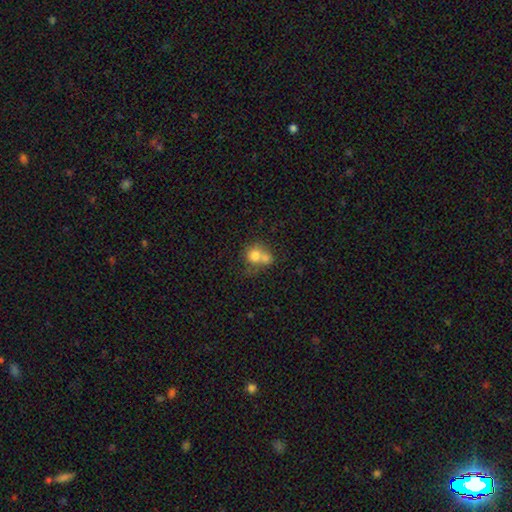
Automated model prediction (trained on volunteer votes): Overall: smooth (75%). How rounded: round (75%). Merging: merger (63%; none 25%).